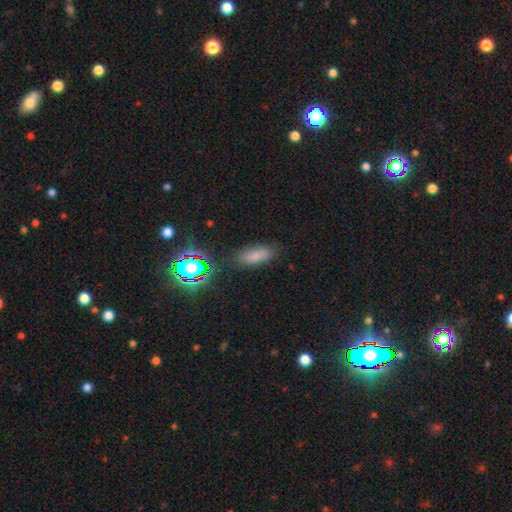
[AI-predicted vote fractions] Morphology: type=smooth (74%); roundness=in between (73%); merging=none (82%).